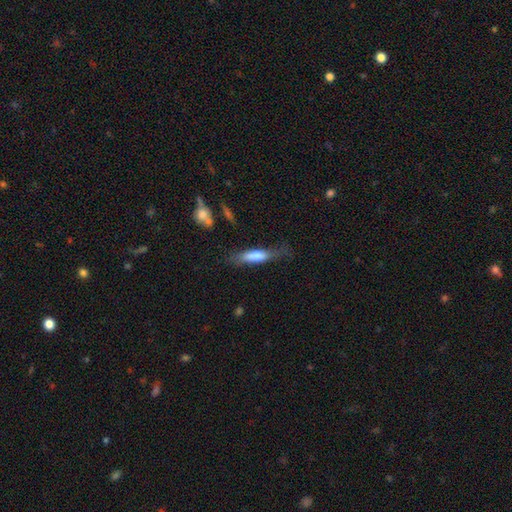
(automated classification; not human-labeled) The model was most divided on "merging": none: 55%, minor disturbance: 28%, major disturbance: 14%, merger: 3%. More confident: smooth or featured — smooth (72%); how rounded — cigar-shaped (64%).